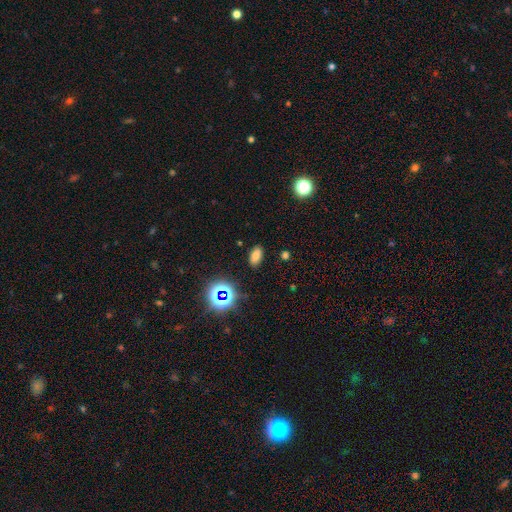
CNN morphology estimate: smooth_or_featured: smooth (p=0.71) [alt: star or artifact p=0.21]
how_rounded: in between (p=0.90) [alt: round p=0.06]
merging: none (p=0.86) [alt: minor disturbance p=0.09]